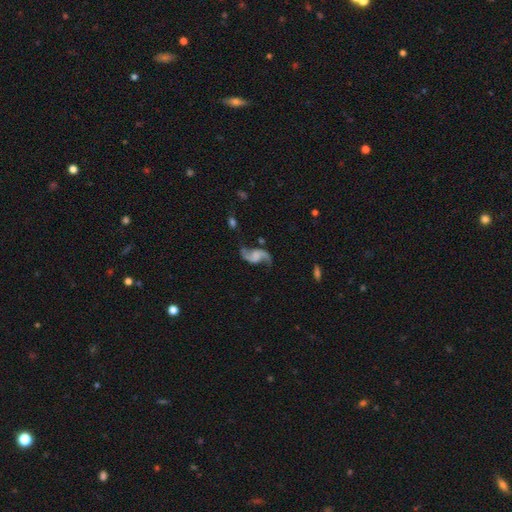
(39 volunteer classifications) This appears to be a featured or disk galaxy (82%) with no bar (66%), 2 (90%) loose (76%) spiral arms (91%) and no central bulge (66%). Merging: none (70%).